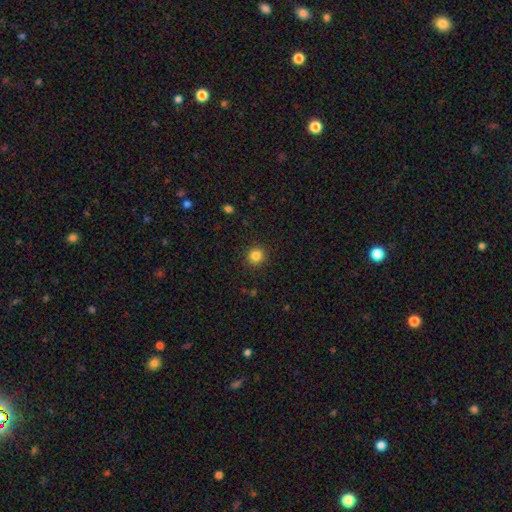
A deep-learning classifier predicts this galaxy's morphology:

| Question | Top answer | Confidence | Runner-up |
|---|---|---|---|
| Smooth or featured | smooth | 84% | star or artifact (11%) |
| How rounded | round | 92% | in between (7%) |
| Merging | none | 91% | minor disturbance (6%) |